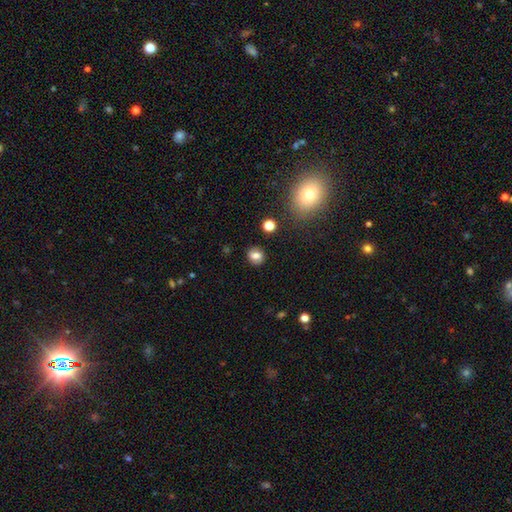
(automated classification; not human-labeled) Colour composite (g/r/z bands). It shows a smooth galaxy with no disk features (74%) that is round (71%). Merging: none (84%).